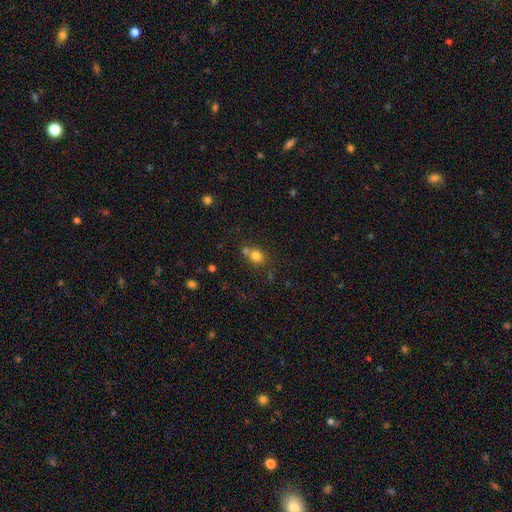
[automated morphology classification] A smooth galaxy with no disk features (78%) that is round (65%).

Vote fractions:
- Smooth or featured? smooth: 78% / star or artifact: 13% / featured or disk: 9%
- How rounded? round: 65% / in between: 33% / cigar-shaped: 1%
- Merging? none: 48% / merger: 37% / minor disturbance: 11% / major disturbance: 4%